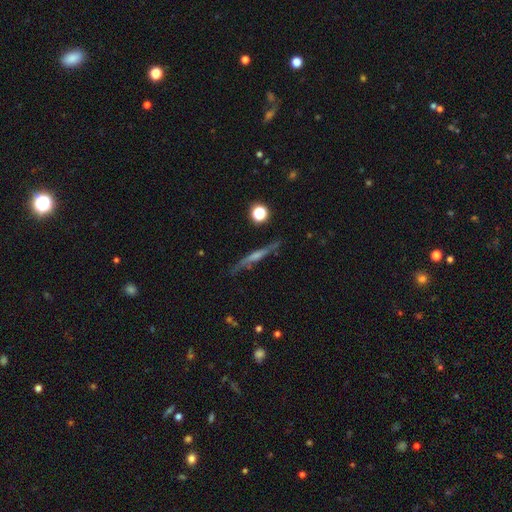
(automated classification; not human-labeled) Overall: featured or disk (67%). Edge-on disk: yes (94%). Edge-on bulge: rounded (47%; none 38%). Merging: none (82%).